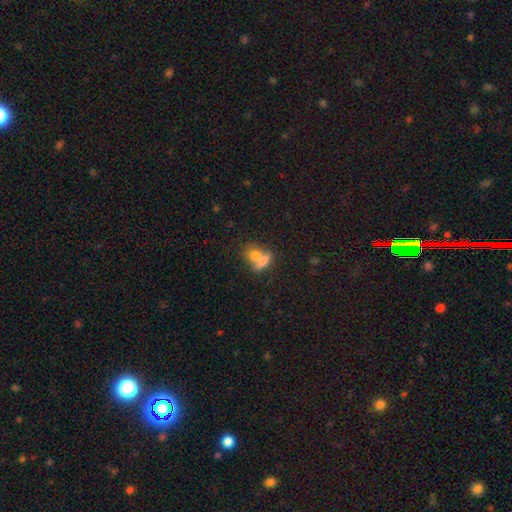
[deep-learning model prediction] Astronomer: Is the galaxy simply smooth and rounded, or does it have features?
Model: smooth — 74%.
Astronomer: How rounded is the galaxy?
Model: in between — 56% (runner-up: round, 33%).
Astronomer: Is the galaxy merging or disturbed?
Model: merger — 57%.